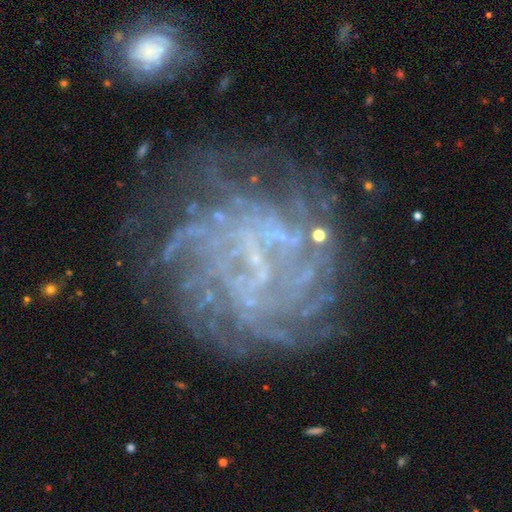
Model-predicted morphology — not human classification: Smooth or featured? Predicted: featured or disk (p=0.78). Edge-on disk? Predicted: no (p=0.98). Bar? Predicted: no (p=0.49). Spiral arms? Predicted: yes (p=0.85). Spiral winding? Predicted: tight (p=0.65). Spiral arm count? Predicted: can't tell (p=0.40). Bulge size? Predicted: none (p=0.51). Merging? Predicted: none (p=0.62).